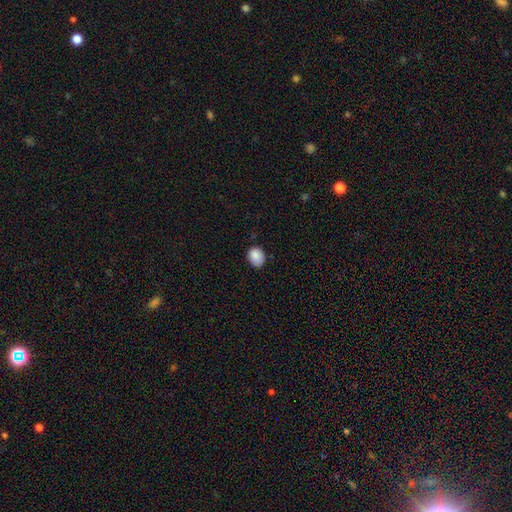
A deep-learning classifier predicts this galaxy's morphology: type=smooth (88%); roundness=round (54%); merging=none (76%).